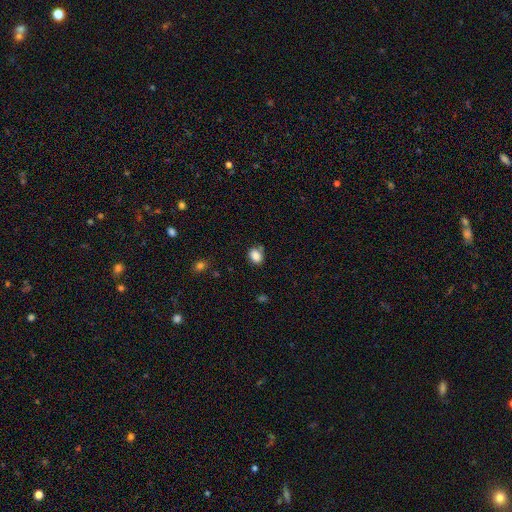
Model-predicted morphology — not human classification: Smooth or featured: smooth — 85% (star or artifact — 9%)
How rounded: in between — 60% (round — 39%)
Merging: none — 69% (minor disturbance — 19%)